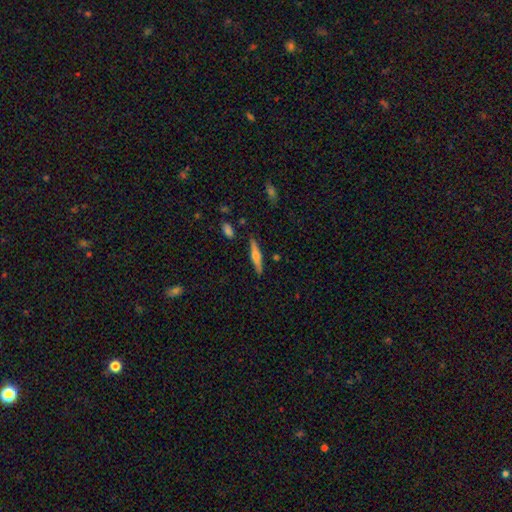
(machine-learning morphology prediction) This is possibly a featured or disk galaxy (55%). It is clearly viewed edge-on (96%). Edge-on bulge: clearly rounded (89%). Merging: clearly none (87%).